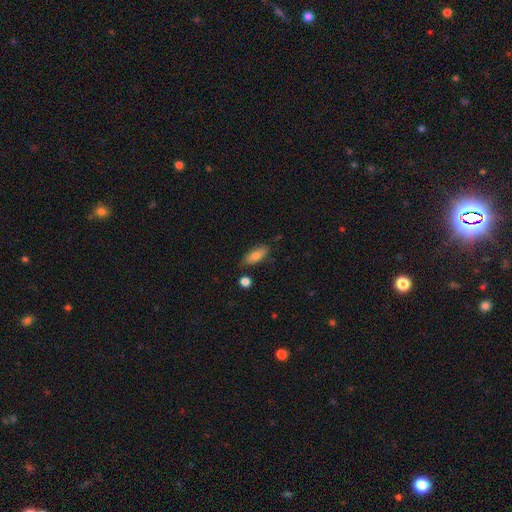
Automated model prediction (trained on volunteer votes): smooth 79%, featured or disk 14%, star or artifact 7%. Down the decision tree: how rounded — in between (71%); merging — none (76%).